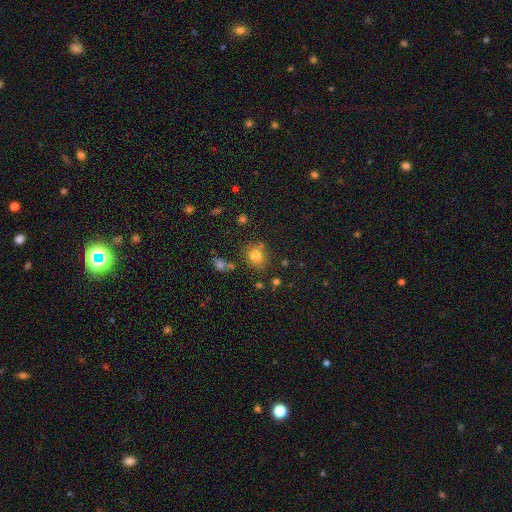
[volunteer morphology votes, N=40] Q: Smooth or featured?
A: smooth (80%); runner-up: featured or disk (10%)
Q: How rounded?
A: round (72%); runner-up: in between (25%)
Q: Merging?
A: none (81%); runner-up: merger (11%)